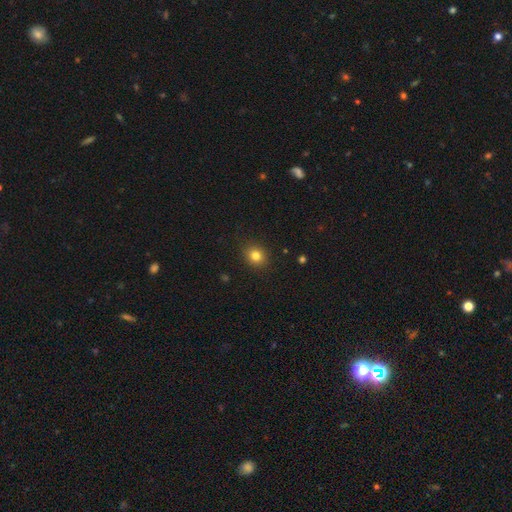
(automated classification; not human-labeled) smooth 82%, star or artifact 12%, featured or disk 7%. Down the decision tree: how rounded — round (76%); merging — none (89%).